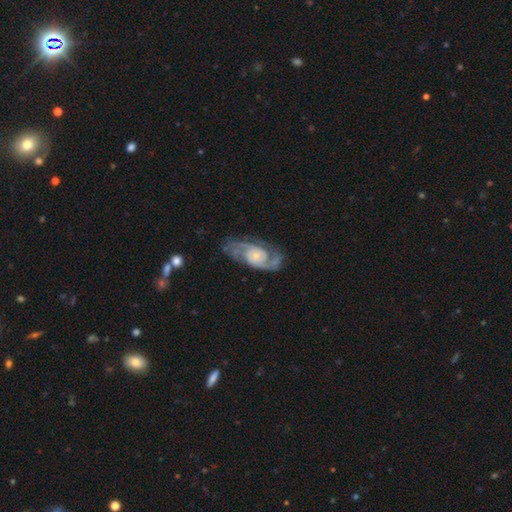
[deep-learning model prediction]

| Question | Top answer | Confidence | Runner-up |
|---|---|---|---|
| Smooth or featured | featured or disk | 91% | smooth (5%) |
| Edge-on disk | no | 97% | yes (3%) |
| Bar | no | 70% | weak (24%) |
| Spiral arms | yes | 98% | no (2%) |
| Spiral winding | medium | 50% | tight (37%) |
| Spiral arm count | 2 | 78% | 3 (9%) |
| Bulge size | small | 67% | moderate (26%) |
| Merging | none | 72% | minor disturbance (18%) |